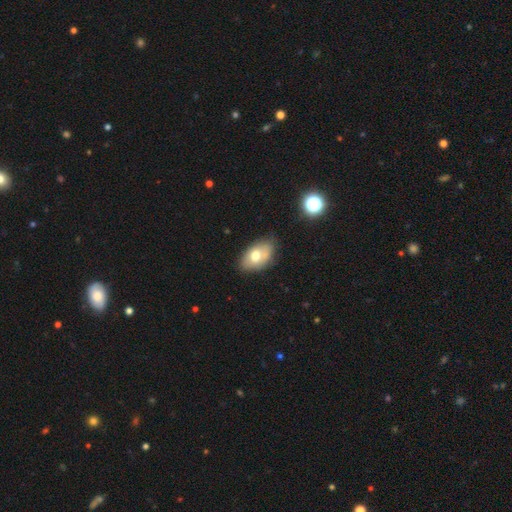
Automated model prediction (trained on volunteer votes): Smooth or featured? smooth (67%)
How rounded? in between (90%)
Merging? none (65%)